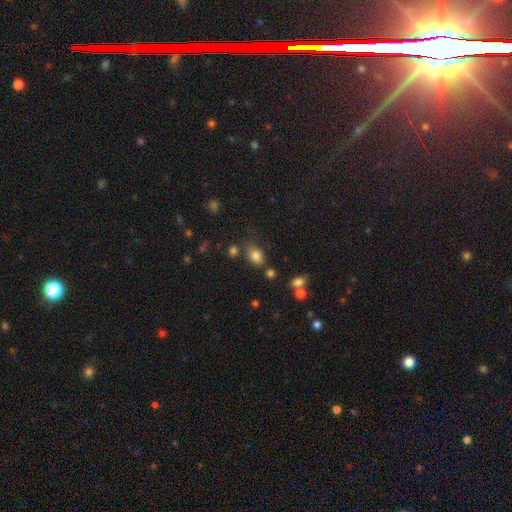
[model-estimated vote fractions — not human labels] This is clearly a smooth galaxy (81%). How rounded: likely in between (74%). Merging: likely none (65%).